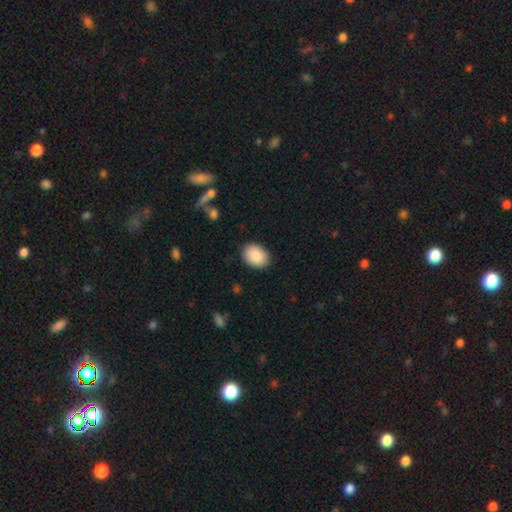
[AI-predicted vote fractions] Smooth or featured?
  - smooth: 90% *
  - star or artifact: 7%
  - featured or disk: 3%
How rounded?
  - in between: 77% *
  - round: 22%
  - cigar-shaped: 1%
Merging?
  - none: 88% *
  - minor disturbance: 9%
  - major disturbance: 2%
  - merger: 1%